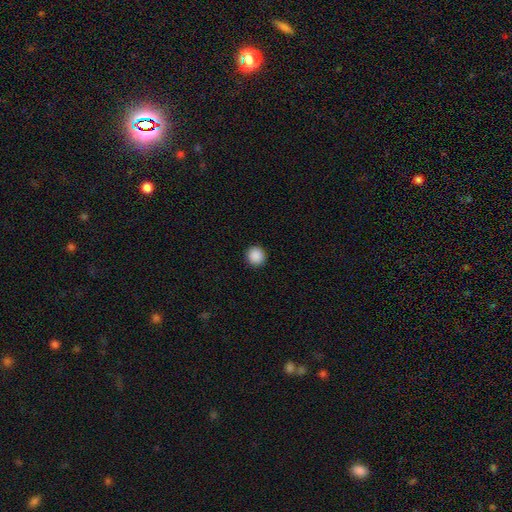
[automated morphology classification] Smooth or featured? smooth (89%)
How rounded? round (94%)
Merging? none (93%)